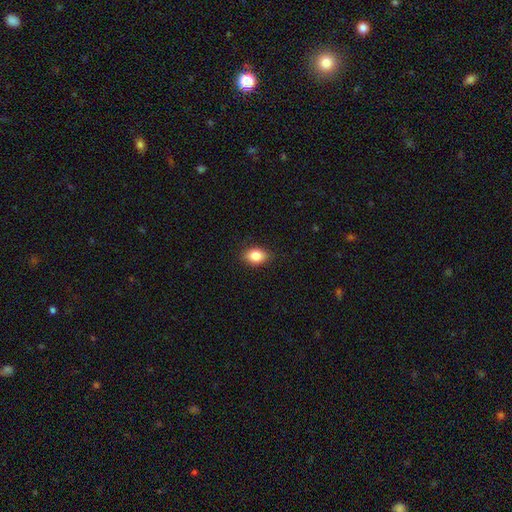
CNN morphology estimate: smooth-or-featured: smooth: 84% | star or artifact: 9% | featured or disk: 7%
  how-rounded: in between: 77% | round: 22% | cigar-shaped: 2%
  merging: none: 87% | minor disturbance: 10% | major disturbance: 2% | merger: 1%